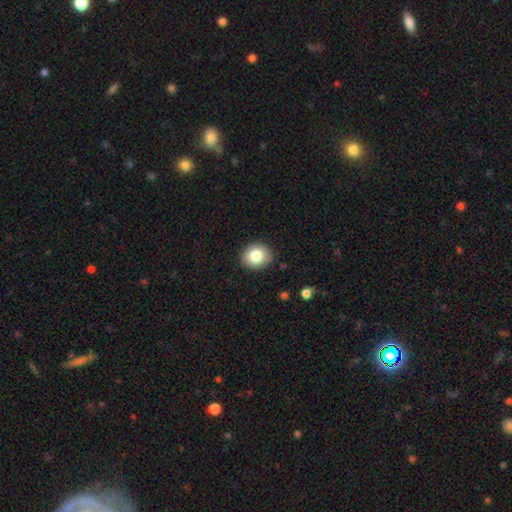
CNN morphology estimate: type=smooth (82%); roundness=round (77%); merging=none (86%).